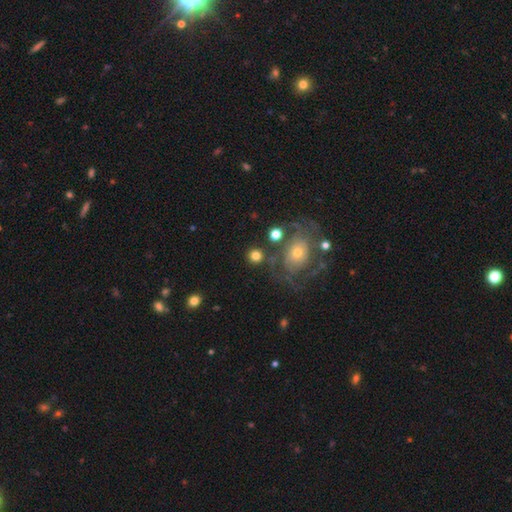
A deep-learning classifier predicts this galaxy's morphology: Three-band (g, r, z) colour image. It shows a smooth galaxy with no disk features (73%) that is round (89%). Merging: none (77%).